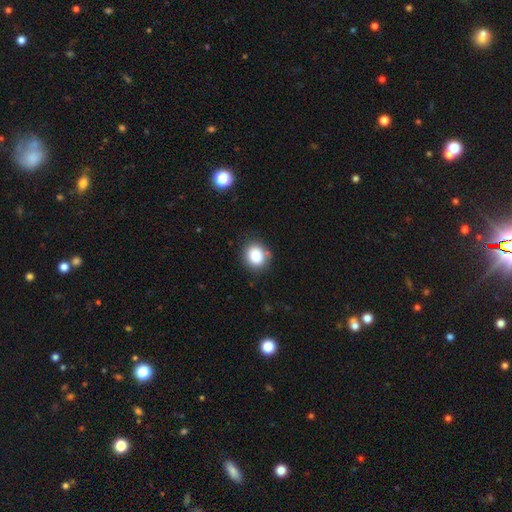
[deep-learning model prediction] Smooth or featured? Predicted: smooth (p=0.85). How rounded? Predicted: round (p=0.77). Merging? Predicted: none (p=0.82).